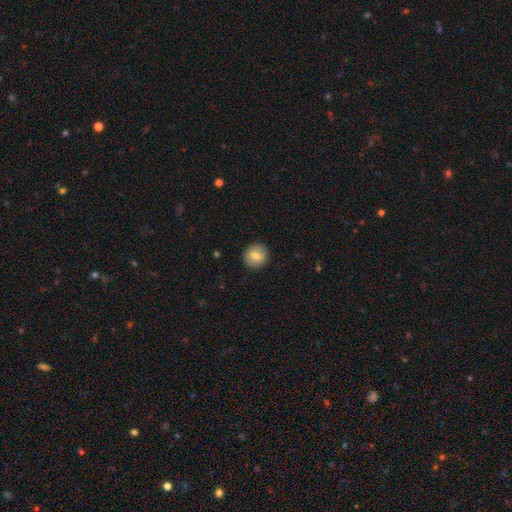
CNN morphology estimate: Q: Smooth or featured?
A: smooth (74%); runner-up: featured or disk (17%)
Q: How rounded?
A: round (88%); runner-up: in between (11%)
Q: Merging?
A: none (90%); runner-up: minor disturbance (7%)